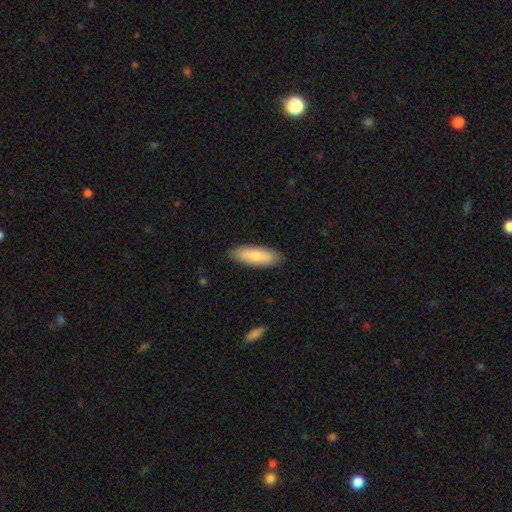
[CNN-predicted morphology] The model was most divided on "how rounded": in between: 63%, cigar-shaped: 36%, round: 2%. More confident: merging — none (88%); smooth or featured — smooth (80%).